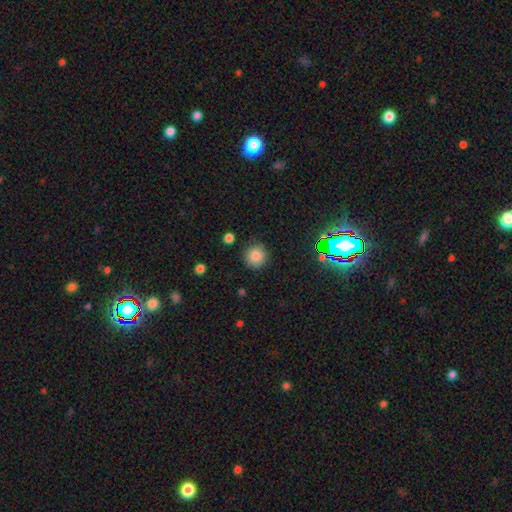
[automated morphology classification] This appears to be a smooth galaxy with no disk features (82%) that is round (91%). Merging: none (87%).